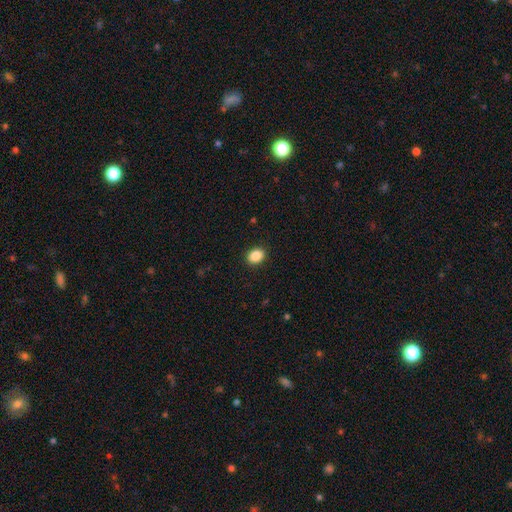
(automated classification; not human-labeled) A smooth galaxy with no disk features (88%) that is in between round and cigar-shaped (53%). Merging: none (91%).